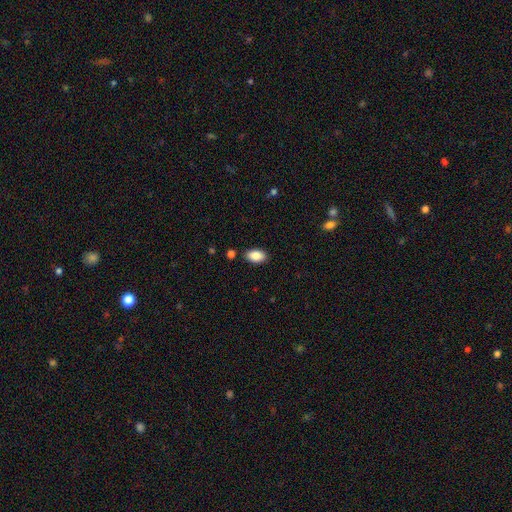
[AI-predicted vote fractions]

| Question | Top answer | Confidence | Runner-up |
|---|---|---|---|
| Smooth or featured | smooth | 86% | star or artifact (7%) |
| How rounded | in between | 93% | round (5%) |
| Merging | none | 87% | minor disturbance (9%) |